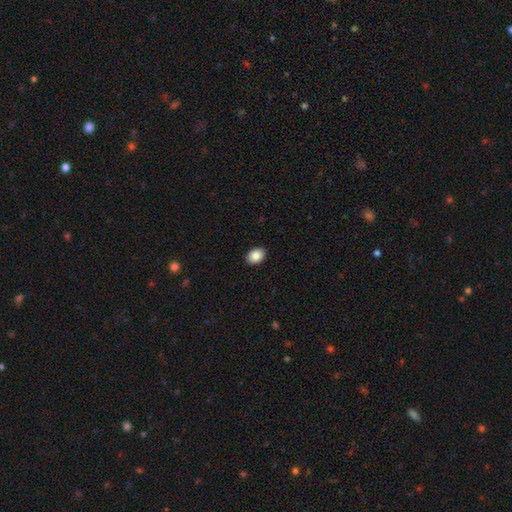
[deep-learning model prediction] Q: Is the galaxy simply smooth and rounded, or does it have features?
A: smooth — 88%.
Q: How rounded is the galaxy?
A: in between — 73%.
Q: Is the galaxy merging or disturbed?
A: none — 91%.